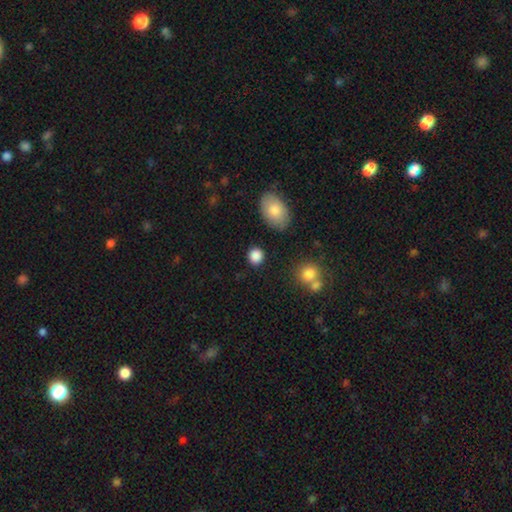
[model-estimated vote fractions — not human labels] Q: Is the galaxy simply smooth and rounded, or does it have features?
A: smooth — 86%.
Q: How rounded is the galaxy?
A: round — 82%.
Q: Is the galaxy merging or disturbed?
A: none — 84%.